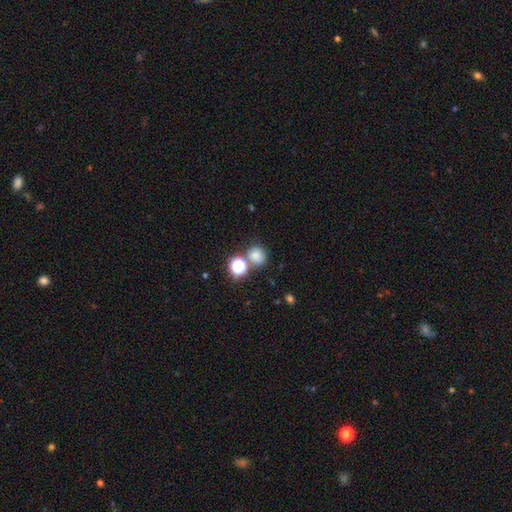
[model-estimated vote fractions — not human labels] Smooth or featured? Predicted: smooth (p=0.75). How rounded? Predicted: round (p=0.80). Merging? Predicted: none (p=0.68).